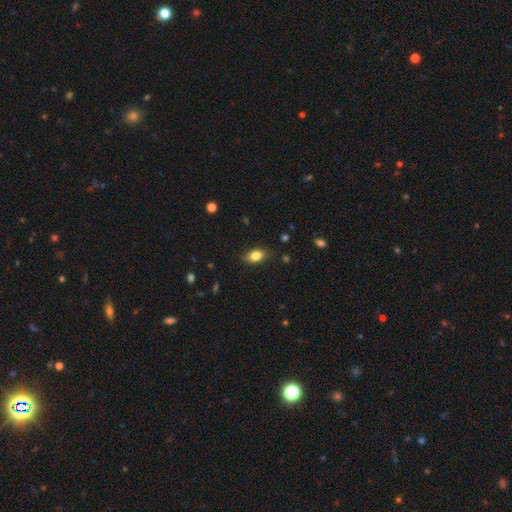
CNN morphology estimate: smooth-or-featured: smooth: 82% | featured or disk: 10% | star or artifact: 9%
  how-rounded: in between: 85% | round: 11% | cigar-shaped: 4%
  merging: none: 83% | minor disturbance: 13% | major disturbance: 3% | merger: 1%